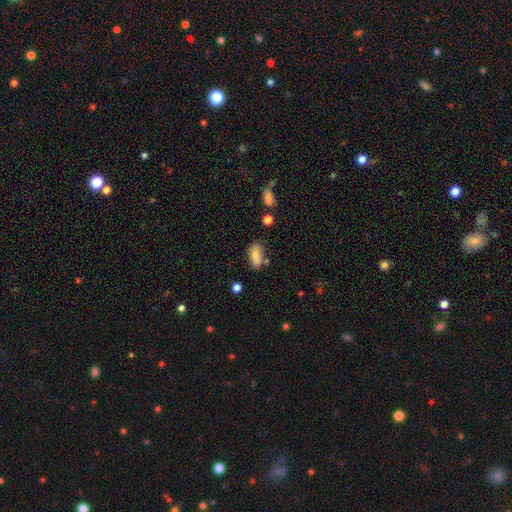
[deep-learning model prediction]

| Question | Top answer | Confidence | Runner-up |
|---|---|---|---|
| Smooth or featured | smooth | 79% | featured or disk (12%) |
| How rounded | in between | 82% | cigar-shaped (13%) |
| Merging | none | 64% | minor disturbance (21%) |